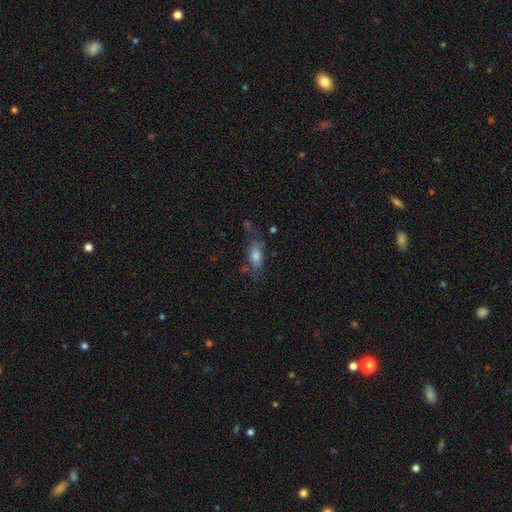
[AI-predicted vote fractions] Smooth or featured?
  - smooth: 65% *
  - featured or disk: 24%
  - star or artifact: 10%
How rounded?
  - in between: 77% *
  - cigar-shaped: 19%
  - round: 4%
Merging?
  - none: 57% *
  - minor disturbance: 23%
  - major disturbance: 14%
  - merger: 6%